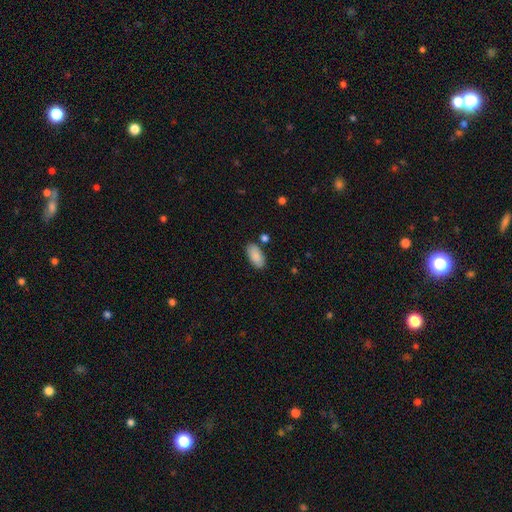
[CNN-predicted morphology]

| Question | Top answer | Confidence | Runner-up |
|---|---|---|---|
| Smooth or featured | smooth | 88% | star or artifact (6%) |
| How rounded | in between | 93% | cigar-shaped (4%) |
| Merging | none | 81% | minor disturbance (11%) |